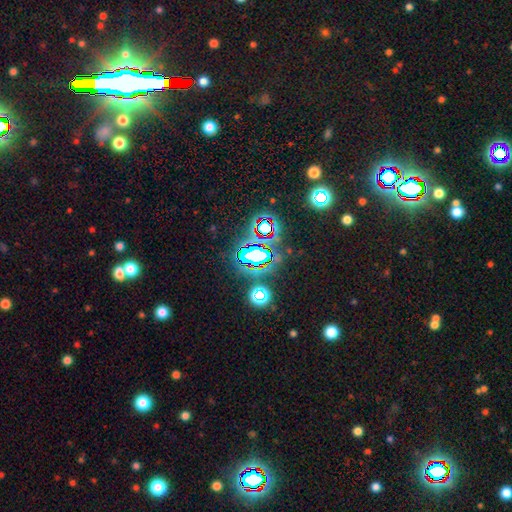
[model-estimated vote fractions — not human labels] Smooth or featured: star or artifact — 74% (smooth — 15%)